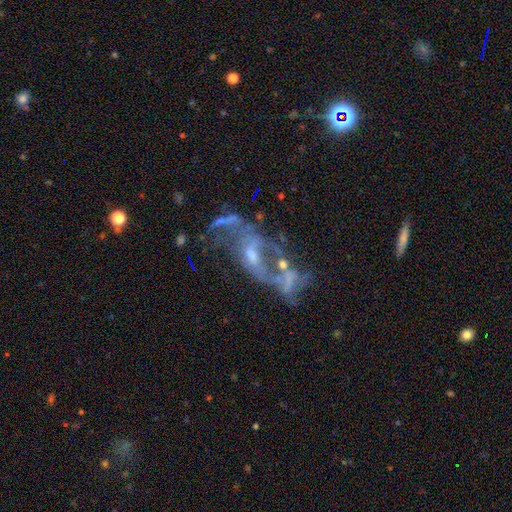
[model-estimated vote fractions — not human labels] Smooth or featured?
  - featured or disk: 76% *
  - star or artifact: 15%
  - smooth: 10%
Edge-on disk?
  - no: 89% *
  - yes: 11%
Bar?
  - no: 50% *
  - weak: 35%
  - strong: 15%
Spiral arms?
  - yes: 80% *
  - no: 20%
Spiral winding?
  - loose: 73% *
  - medium: 20%
  - tight: 7%
Spiral arm count?
  - 2: 78% *
  - can't tell: 10%
  - 1: 6%
  - 3: 3%
  - 4: 2%
  - more than 4: 2%
Bulge size?
  - small: 48% *
  - moderate: 36%
  - none: 10%
  - large: 3%
  - dominant: 2%
Merging?
  - none: 36% *
  - merger: 30%
  - major disturbance: 20%
  - minor disturbance: 14%